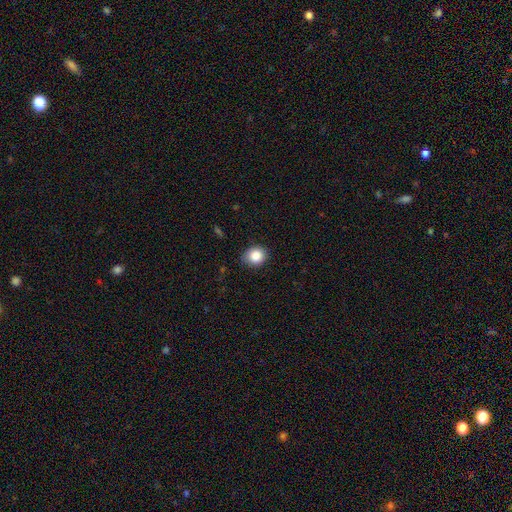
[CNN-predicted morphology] Smooth or featured? smooth (86%)
How rounded? round (71%)
Merging? none (79%)